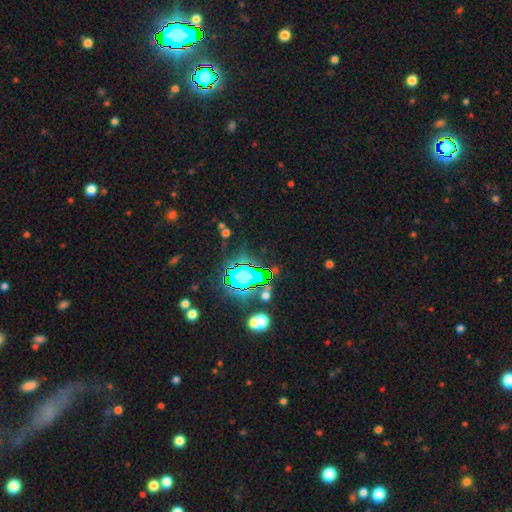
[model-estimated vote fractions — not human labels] Smooth or featured?
  - star or artifact: 81% *
  - smooth: 10%
  - featured or disk: 9%